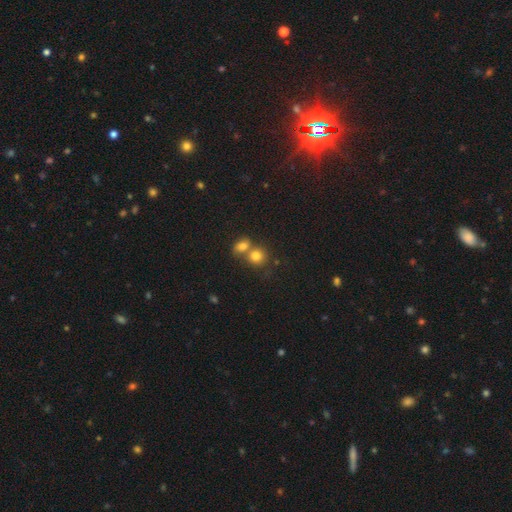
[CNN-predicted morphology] smooth_or_featured: smooth (p=0.79) [alt: star or artifact p=0.12]
how_rounded: round (p=0.77) [alt: in between p=0.22]
merging: merger (p=0.50) [alt: none p=0.40]